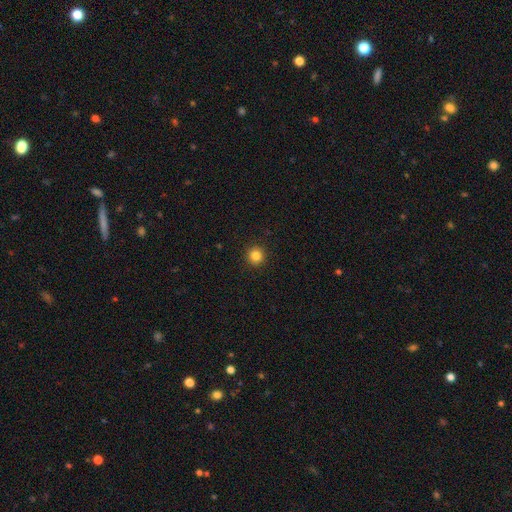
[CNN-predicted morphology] type=smooth (84%); roundness=round (95%); merging=none (93%).